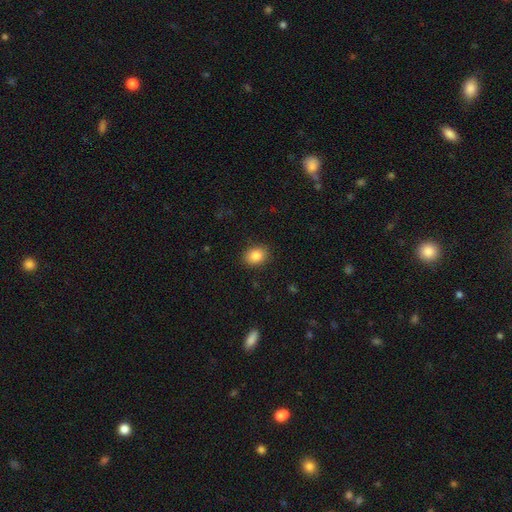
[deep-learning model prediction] This appears to be a smooth galaxy with no disk features (86%) that is in between round and cigar-shaped (65%). Merging: none (88%).